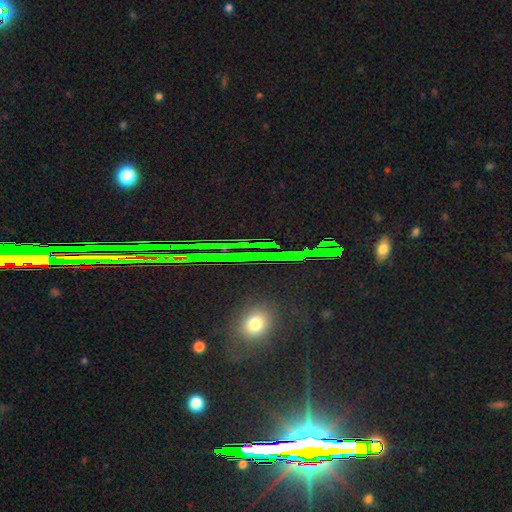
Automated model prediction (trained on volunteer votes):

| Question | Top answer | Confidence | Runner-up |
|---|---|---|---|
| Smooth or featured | star or artifact | 73% | featured or disk (14%) |